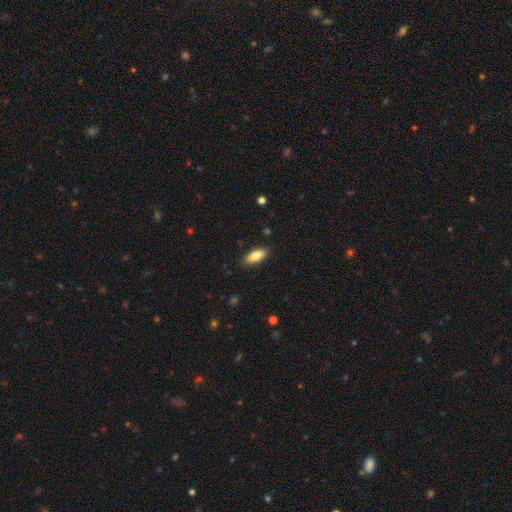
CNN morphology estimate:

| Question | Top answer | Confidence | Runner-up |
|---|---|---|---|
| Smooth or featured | smooth | 85% | featured or disk (8%) |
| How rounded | in between | 84% | cigar-shaped (15%) |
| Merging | none | 87% | minor disturbance (10%) |